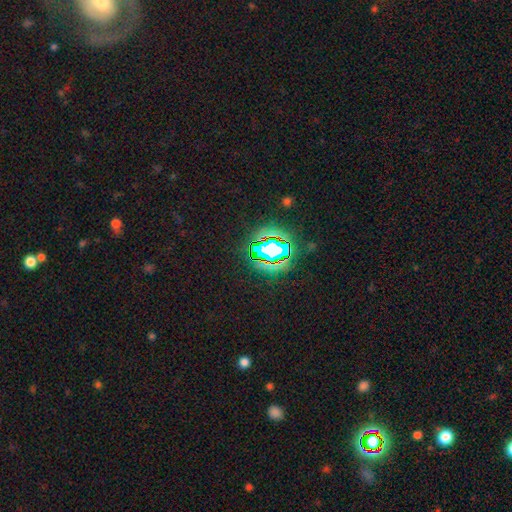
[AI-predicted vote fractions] Smooth or featured: star or artifact — 77% (smooth — 13%)